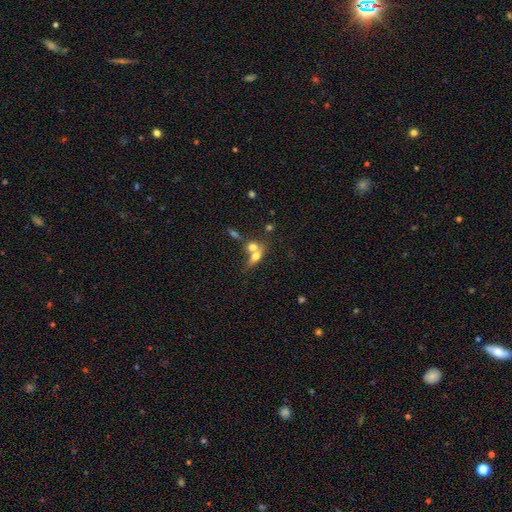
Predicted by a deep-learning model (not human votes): This is likely a smooth galaxy (65%). How rounded: likely in between (65%). Merging: possibly merger (57%).